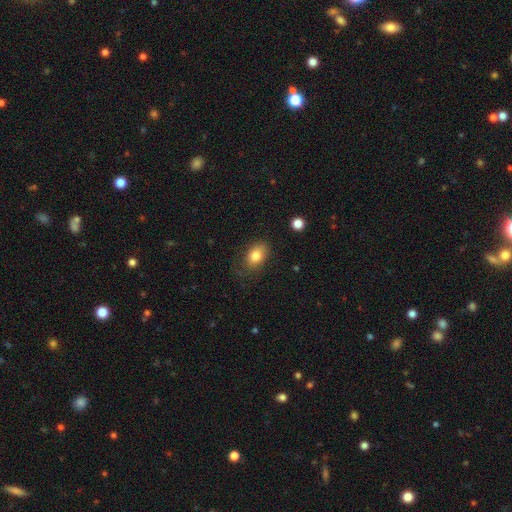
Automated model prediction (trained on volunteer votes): Smooth or featured?
  - smooth: 82% *
  - featured or disk: 9%
  - star or artifact: 9%
How rounded?
  - in between: 79% *
  - round: 20%
  - cigar-shaped: 1%
Merging?
  - none: 71% *
  - minor disturbance: 20%
  - major disturbance: 7%
  - merger: 1%